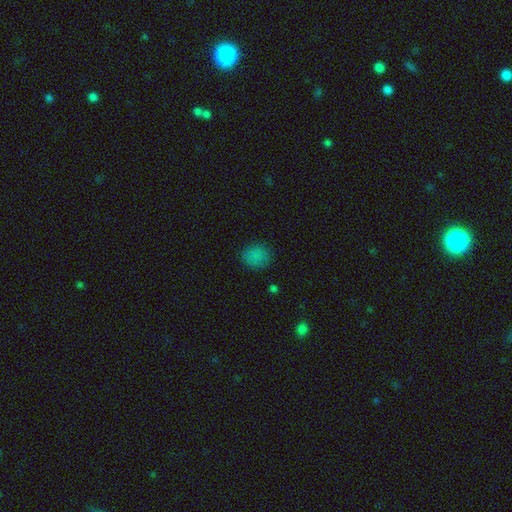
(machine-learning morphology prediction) A smooth galaxy with no disk features (82%) that is round (82%). Merging: none (84%).